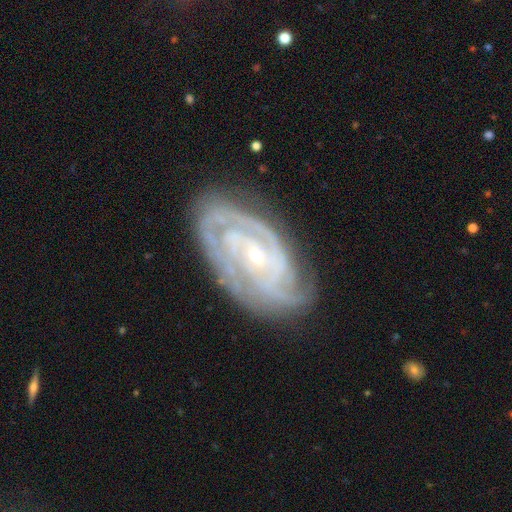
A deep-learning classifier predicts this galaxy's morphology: smooth_or_featured: featured or disk (p=0.89) [alt: smooth p=0.05]
disk_edge_on: no (p=0.96) [alt: yes p=0.04]
bar: no (p=0.60) [alt: weak p=0.28]
has_spiral_arms: yes (p=0.97) [alt: no p=0.03]
spiral_winding: tight (p=0.71) [alt: medium p=0.25]
spiral_arm_count: 3 (p=0.30) [alt: can't tell p=0.21]
bulge_size: small (p=0.72) [alt: moderate p=0.25]
merging: none (p=0.74) [alt: minor disturbance p=0.19]